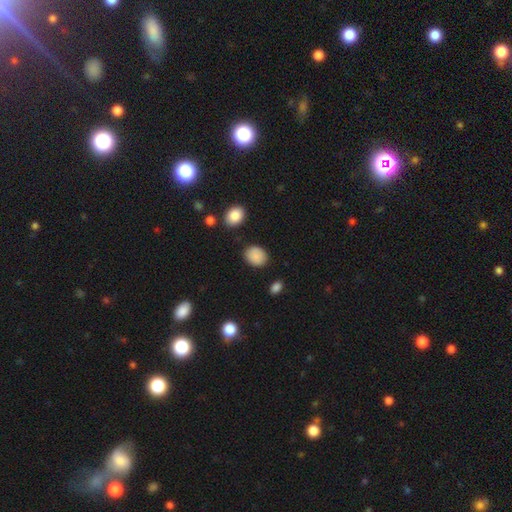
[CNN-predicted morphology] Q: Smooth or featured?
A: smooth (88%); runner-up: star or artifact (8%)
Q: How rounded?
A: round (55%); runner-up: in between (44%)
Q: Merging?
A: none (85%); runner-up: minor disturbance (10%)